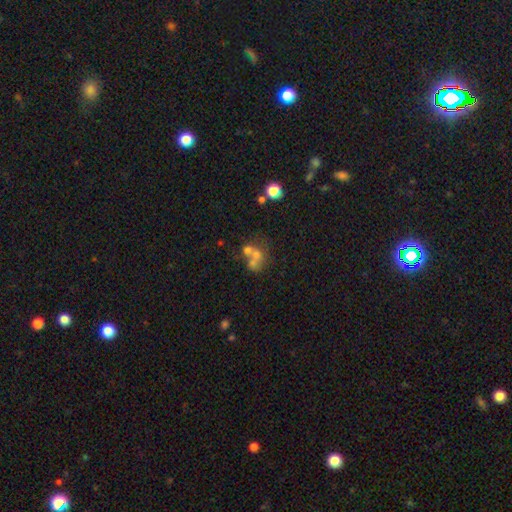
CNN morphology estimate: Overall: smooth (47%; featured or disk 31%). Merging: merger (54%; none 32%).